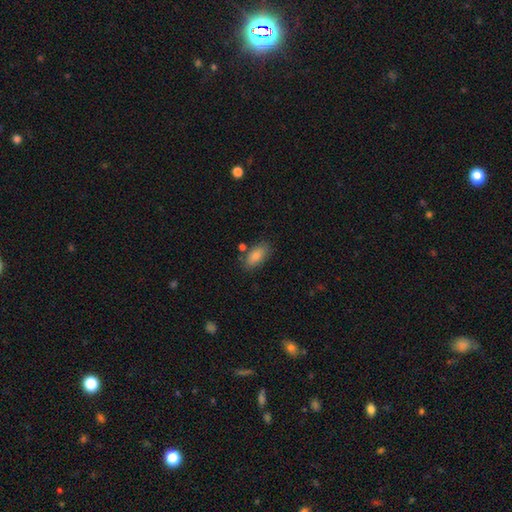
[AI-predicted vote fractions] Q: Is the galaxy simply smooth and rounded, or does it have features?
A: smooth — 84%.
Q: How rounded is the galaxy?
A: in between — 90%.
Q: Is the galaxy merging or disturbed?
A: none — 76%.